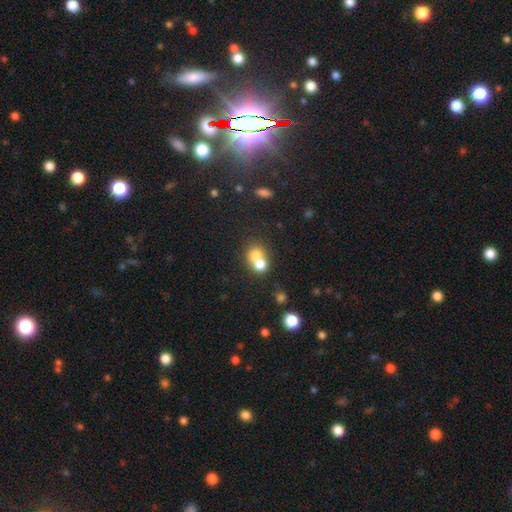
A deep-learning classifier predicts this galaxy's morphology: smooth 72%, featured or disk 16%, star or artifact 12%. Down the decision tree: how rounded — round (73%); merging — merger (62%).